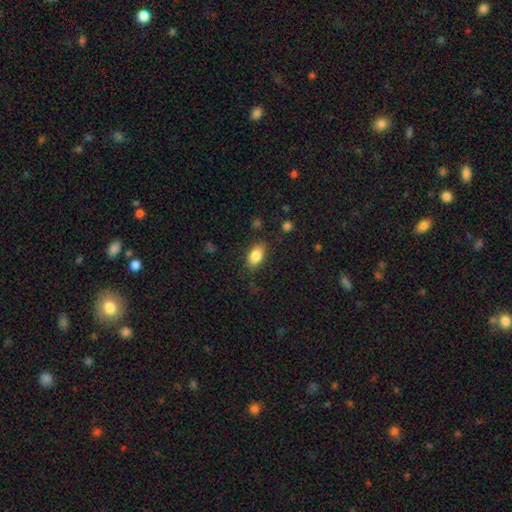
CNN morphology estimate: Smooth or featured? Predicted: smooth (p=0.84). How rounded? Predicted: in between (p=0.89). Merging? Predicted: none (p=0.81).